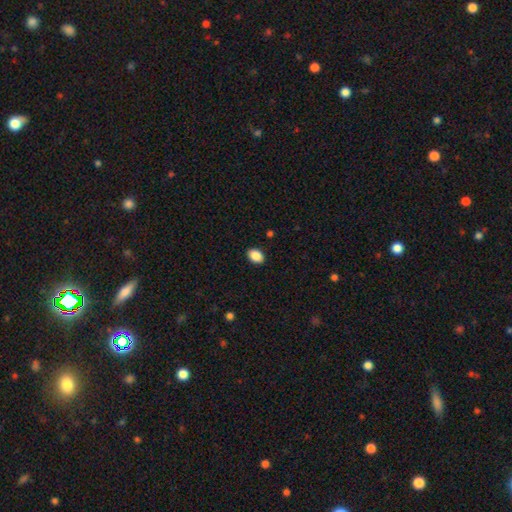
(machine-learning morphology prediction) A smooth galaxy with no disk features (89%) that is in between round and cigar-shaped (77%).

Vote fractions:
- Smooth or featured? smooth: 89% / star or artifact: 8% / featured or disk: 3%
- How rounded? in between: 77% / round: 22% / cigar-shaped: 1%
- Merging? none: 90% / minor disturbance: 7% / major disturbance: 2% / merger: 1%